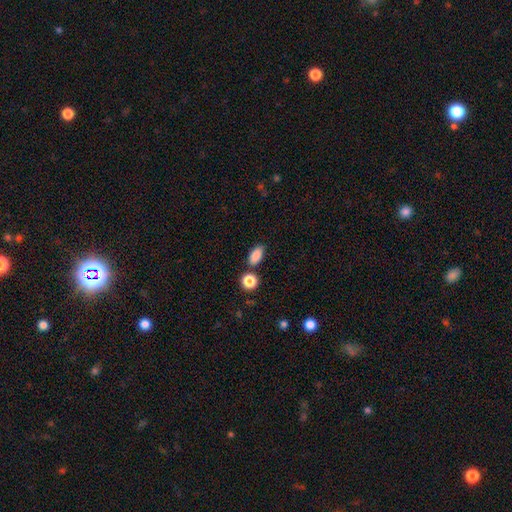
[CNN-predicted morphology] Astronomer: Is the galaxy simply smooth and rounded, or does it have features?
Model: smooth — 87%.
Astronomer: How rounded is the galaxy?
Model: in between — 86%.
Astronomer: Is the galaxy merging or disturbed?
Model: none — 75%.